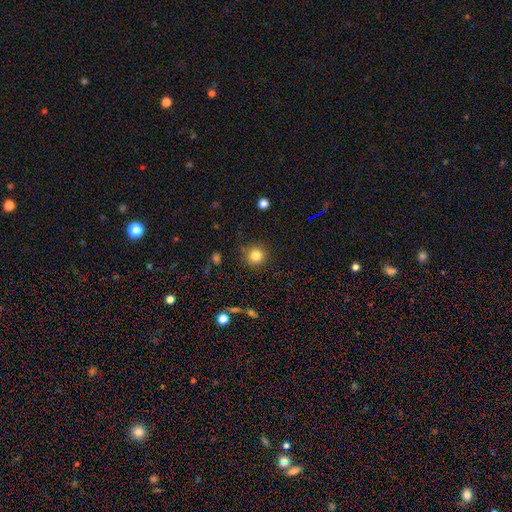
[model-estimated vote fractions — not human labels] This is clearly a smooth galaxy (83%). How rounded: clearly round (93%). Merging: clearly none (87%).